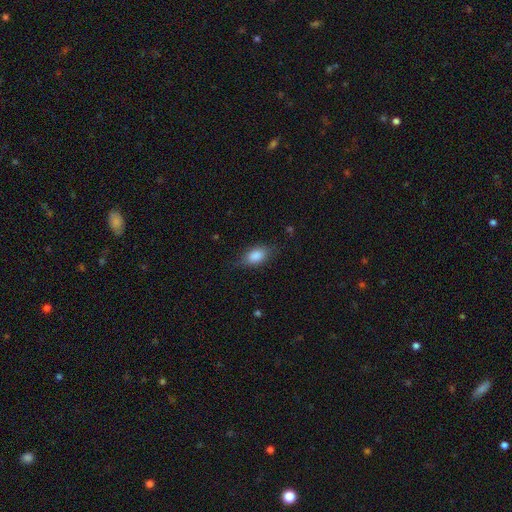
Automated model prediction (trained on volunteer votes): A smooth galaxy with no disk features (83%) that is in between round and cigar-shaped (87%). Merging: none (73%).